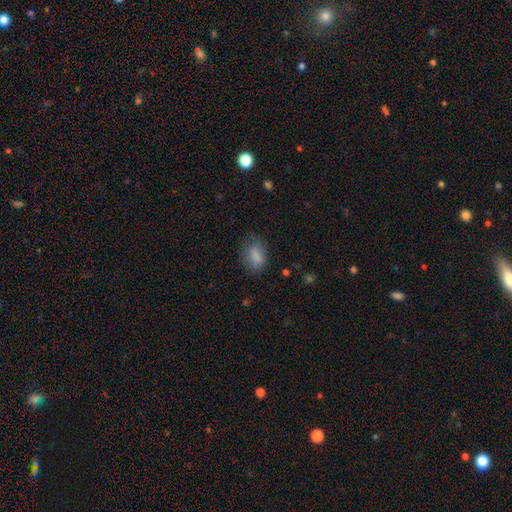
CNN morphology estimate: Smooth or featured? Predicted: smooth (p=0.83). How rounded? Predicted: in between (p=0.79). Merging? Predicted: none (p=0.69).